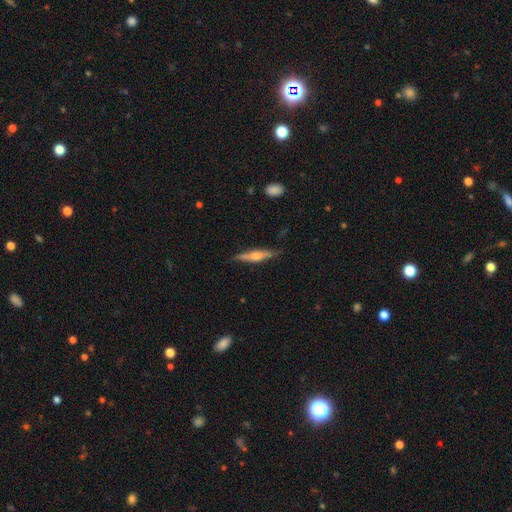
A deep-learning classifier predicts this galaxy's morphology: Overall: featured or disk (65%; smooth 29%). Edge-on disk: yes (96%). Edge-on bulge: rounded (88%). Merging: none (86%).